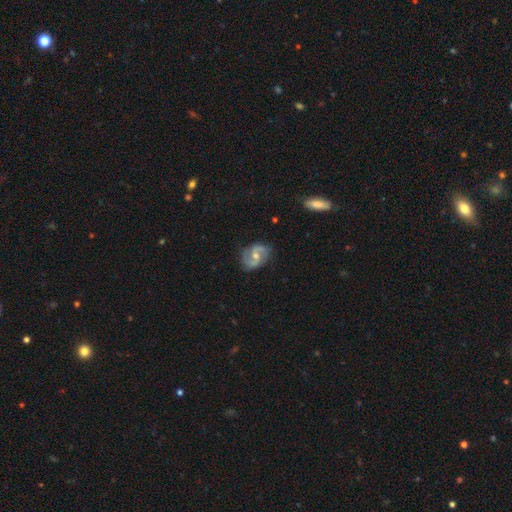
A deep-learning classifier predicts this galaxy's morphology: Q: Smooth or featured?
A: featured or disk (80%); runner-up: smooth (14%)
Q: Edge-on disk?
A: no (97%); runner-up: yes (3%)
Q: Bar?
A: weak (48%); runner-up: no (35%)
Q: Spiral arms?
A: yes (93%); runner-up: no (7%)
Q: Spiral winding?
A: medium (46%); runner-up: loose (38%)
Q: Spiral arm count?
A: 2 (91%); runner-up: can't tell (4%)
Q: Bulge size?
A: moderate (60%); runner-up: small (35%)
Q: Merging?
A: none (78%); runner-up: minor disturbance (16%)